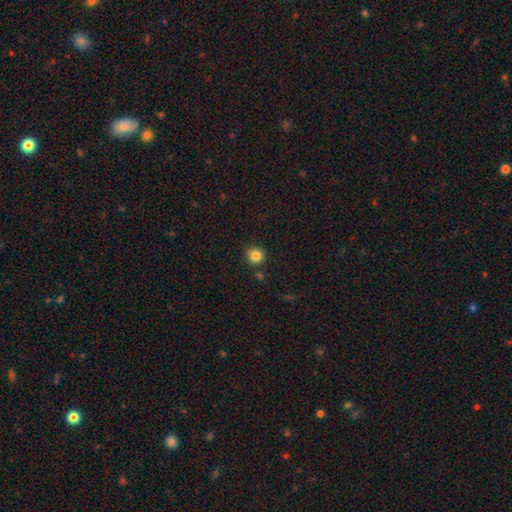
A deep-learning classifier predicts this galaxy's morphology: The model was most divided on "smooth or featured": smooth: 83%, star or artifact: 11%, featured or disk: 5%. More confident: how rounded — round (91%); merging — none (83%).